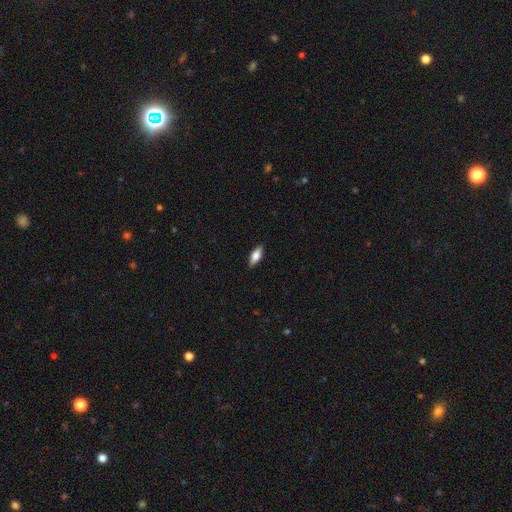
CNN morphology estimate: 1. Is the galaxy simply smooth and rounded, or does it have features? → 67% smooth, 26% featured or disk, 6% star or artifact.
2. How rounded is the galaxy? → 74% in between, 24% cigar-shaped, 3% round.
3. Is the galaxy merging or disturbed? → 88% none, 9% minor disturbance, 2% major disturbance, 1% merger.